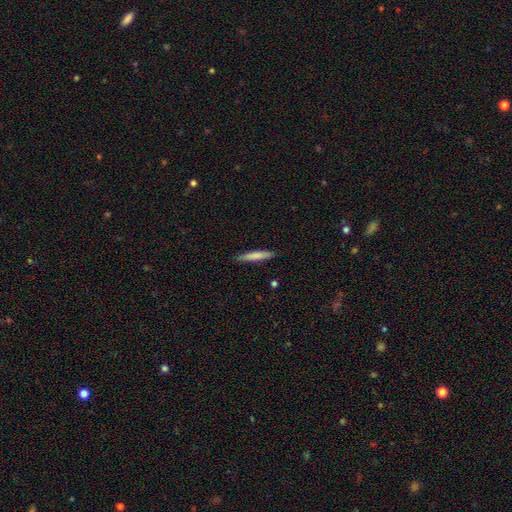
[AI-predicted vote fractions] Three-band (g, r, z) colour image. It shows a smooth galaxy with no disk features (76%) that is cigar-shaped (93%). Merging: none (89%).